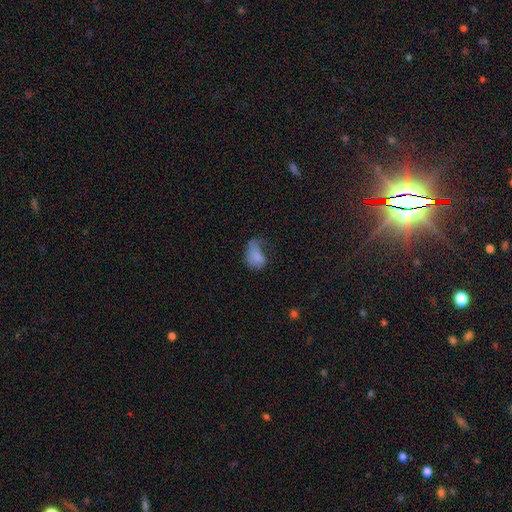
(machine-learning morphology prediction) The model was most divided on "merging": major disturbance: 51%, minor disturbance: 25%, none: 21%, merger: 4%. More confident: how rounded — in between (83%); smooth or featured — smooth (70%).